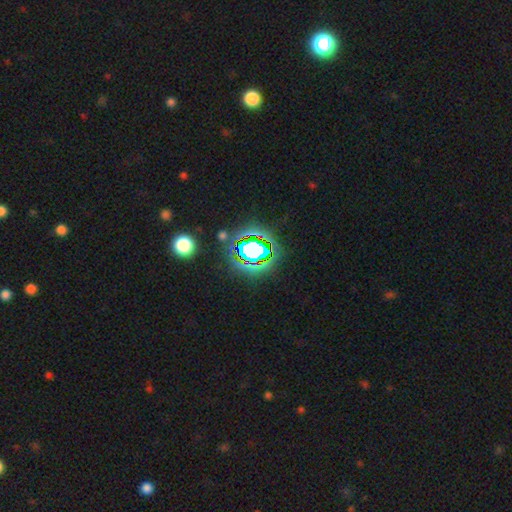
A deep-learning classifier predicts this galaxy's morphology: Smooth or featured?
  - star or artifact: 63% *
  - smooth: 20%
  - featured or disk: 17%